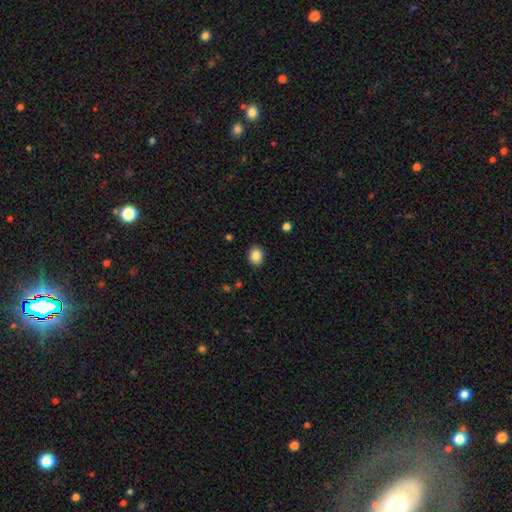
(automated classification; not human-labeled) Q: Smooth or featured?
A: smooth (86%); runner-up: star or artifact (9%)
Q: How rounded?
A: round (56%); runner-up: in between (43%)
Q: Merging?
A: none (89%); runner-up: minor disturbance (8%)